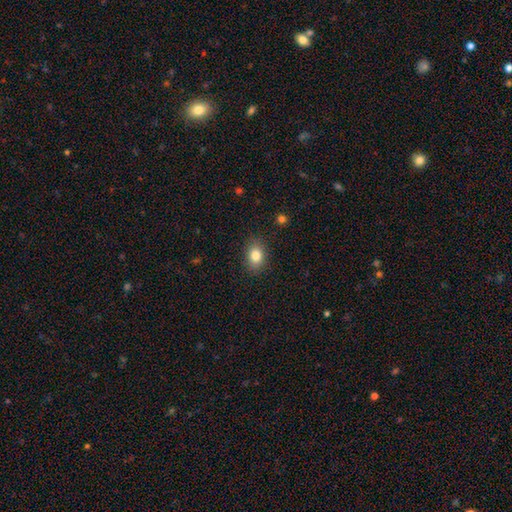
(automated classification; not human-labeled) Smooth or featured: smooth — 83% (star or artifact — 9%)
How rounded: in between — 73% (round — 26%)
Merging: none — 87% (minor disturbance — 9%)